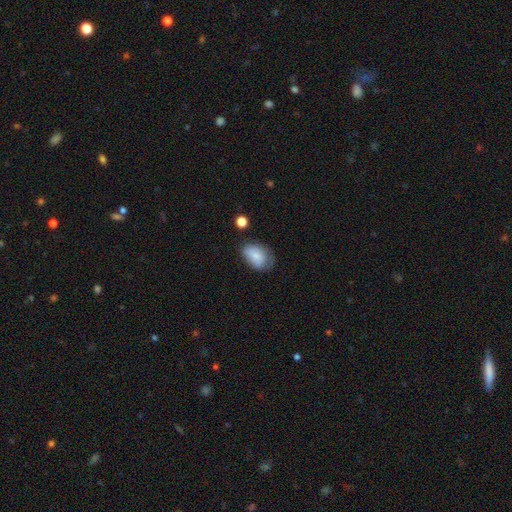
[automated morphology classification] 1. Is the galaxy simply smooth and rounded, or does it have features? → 77% smooth, 15% featured or disk, 8% star or artifact.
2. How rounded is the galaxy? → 82% in between, 16% round, 1% cigar-shaped.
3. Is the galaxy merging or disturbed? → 49% none, 34% minor disturbance, 13% major disturbance, 3% merger.